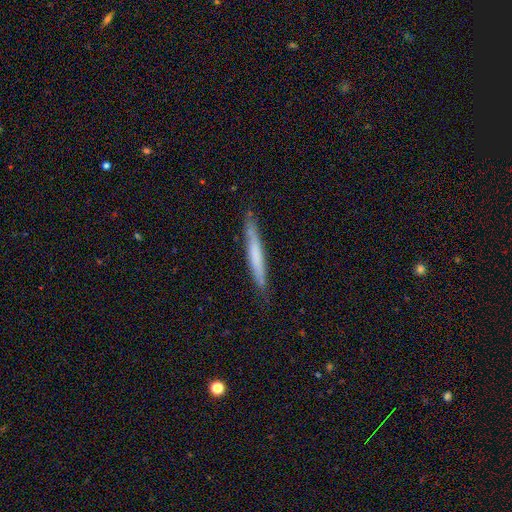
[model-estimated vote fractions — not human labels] Morphology: type=smooth (57%); roundness=cigar-shaped (96%); merging=none (83%).